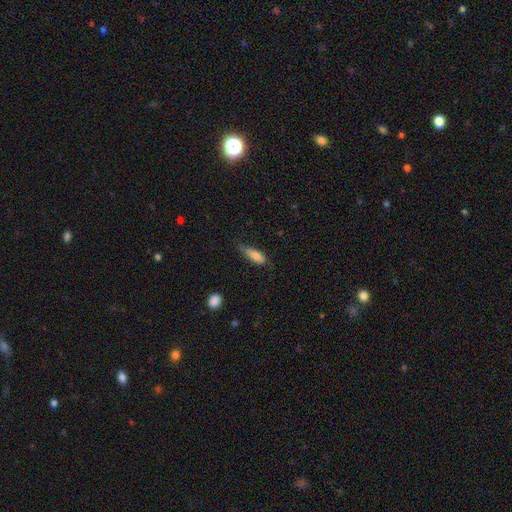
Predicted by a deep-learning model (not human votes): smooth_or_featured: smooth (p=0.80) [alt: featured or disk p=0.13]
how_rounded: in between (p=0.59) [alt: cigar-shaped p=0.39]
merging: none (p=0.45) [alt: minor disturbance p=0.40]